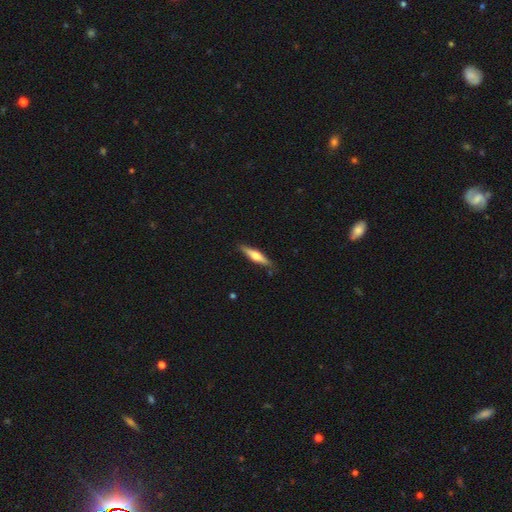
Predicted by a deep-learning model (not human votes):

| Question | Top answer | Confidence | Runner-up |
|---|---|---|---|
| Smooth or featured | featured or disk | 57% | smooth (38%) |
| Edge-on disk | yes | 96% | no (4%) |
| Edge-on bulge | rounded | 90% | boxy (6%) |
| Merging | none | 87% | minor disturbance (10%) |